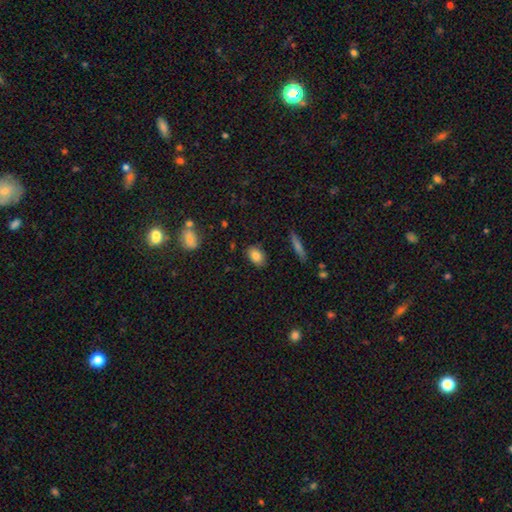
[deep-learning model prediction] This is clearly a smooth galaxy (84%). How rounded: clearly in between (83%). Merging: clearly none (84%).